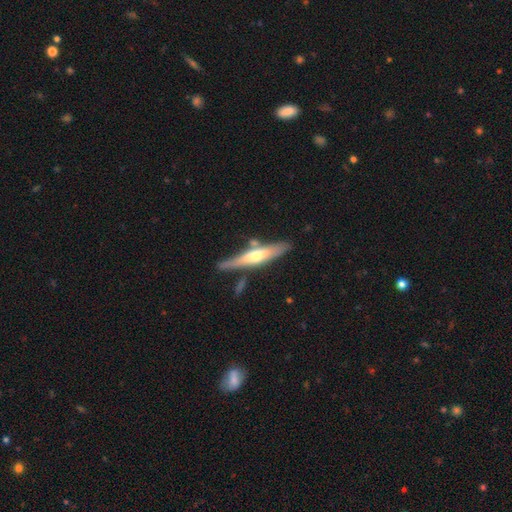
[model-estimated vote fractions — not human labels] Smooth or featured? featured or disk (60%)
Edge-on disk? yes (90%)
Edge-on bulge? rounded (78%)
Merging? none (72%)